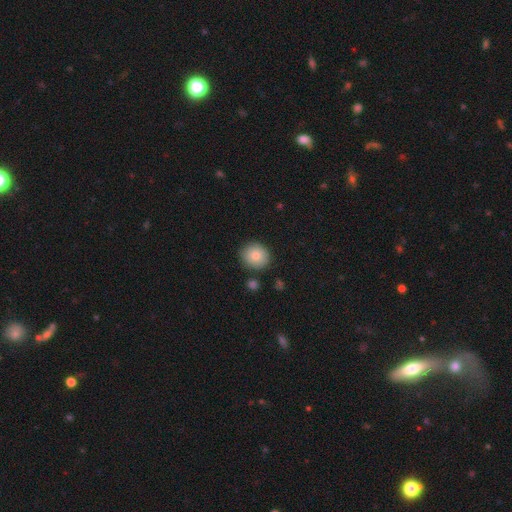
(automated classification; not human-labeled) Overall: smooth (80%). How rounded: round (84%). Merging: none (84%).